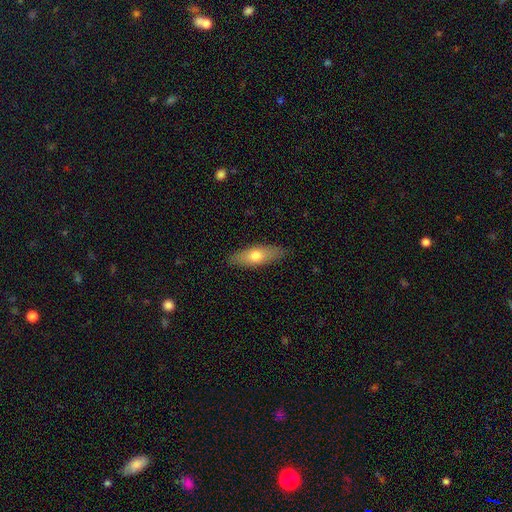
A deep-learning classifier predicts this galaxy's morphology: smooth_or_featured: smooth (p=0.65) [alt: featured or disk p=0.29]
how_rounded: in between (p=0.57) [alt: cigar-shaped p=0.40]
merging: none (p=0.87) [alt: minor disturbance p=0.10]